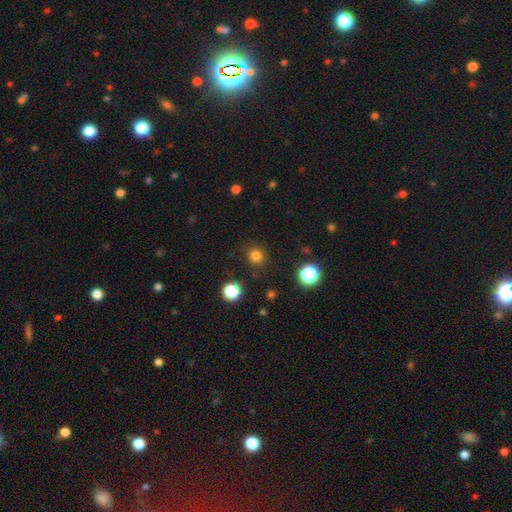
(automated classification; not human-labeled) smooth 80%, star or artifact 16%, featured or disk 4%. Down the decision tree: how rounded — round (92%); merging — none (89%).